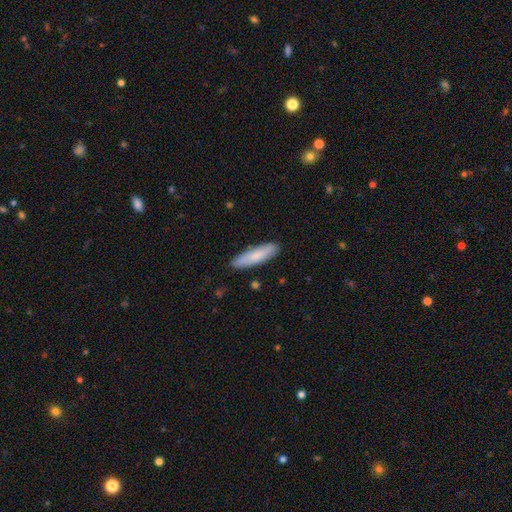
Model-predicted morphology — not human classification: smooth-or-featured: smooth: 76% | featured or disk: 18% | star or artifact: 6%
  how-rounded: cigar-shaped: 71% | in between: 27% | round: 1%
  merging: none: 86% | minor disturbance: 11% | major disturbance: 2% | merger: 1%